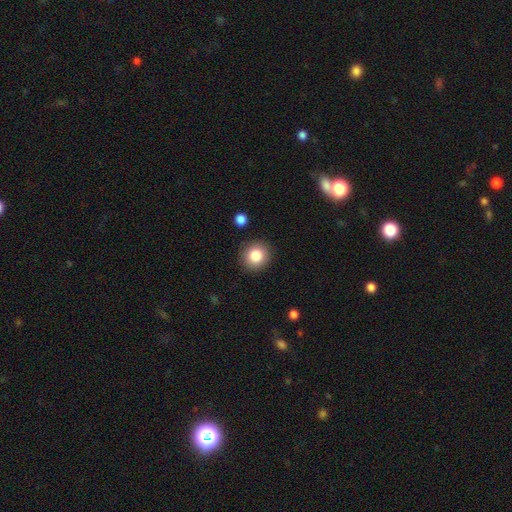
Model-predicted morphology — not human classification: This appears to be a smooth galaxy with no disk features (83%) that is round (90%). Merging: none (89%).